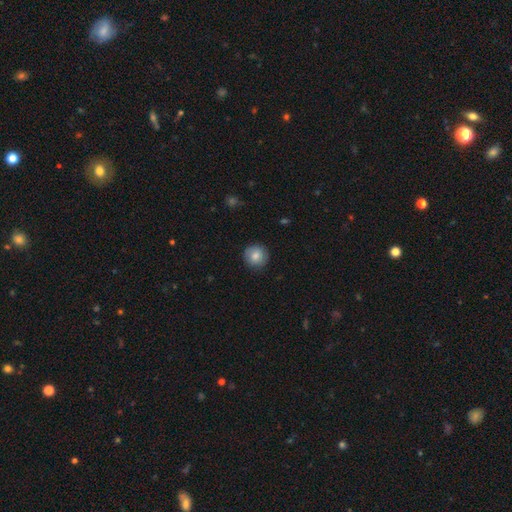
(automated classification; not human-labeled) A smooth galaxy with no disk features (82%) that is round (94%). Merging: none (89%).